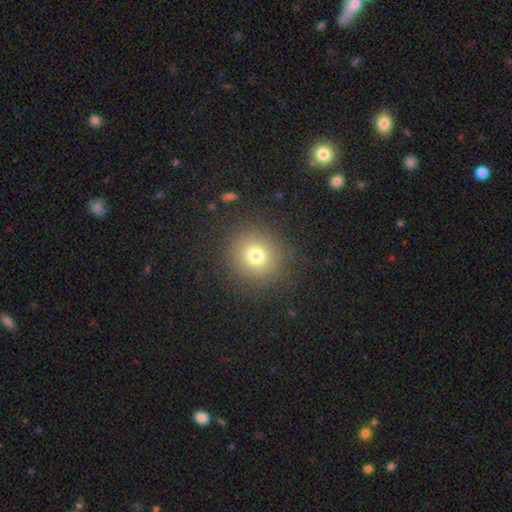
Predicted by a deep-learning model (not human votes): Smooth or featured? smooth (75%)
How rounded? round (91%)
Merging? none (88%)